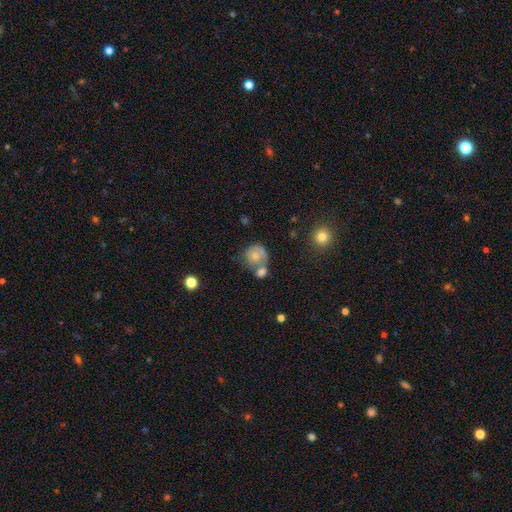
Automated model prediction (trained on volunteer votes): This is likely a smooth galaxy (63%). How rounded: likely round (77%). Merging: marginally merger (40%).